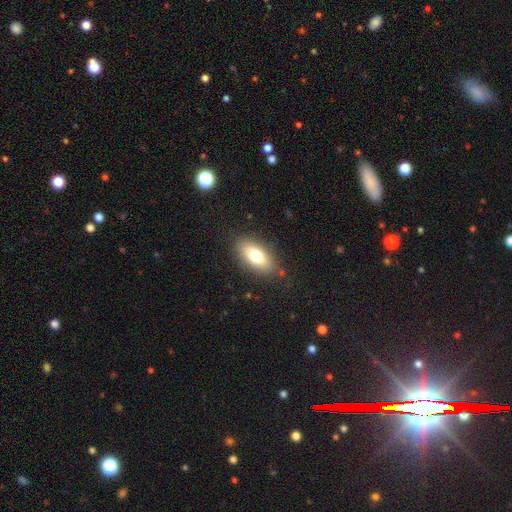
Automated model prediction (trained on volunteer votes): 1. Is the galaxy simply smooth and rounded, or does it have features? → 77% smooth, 15% featured or disk, 8% star or artifact.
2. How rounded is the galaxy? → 89% in between, 7% cigar-shaped, 4% round.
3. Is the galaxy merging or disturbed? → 83% none, 12% minor disturbance, 4% major disturbance, 2% merger.